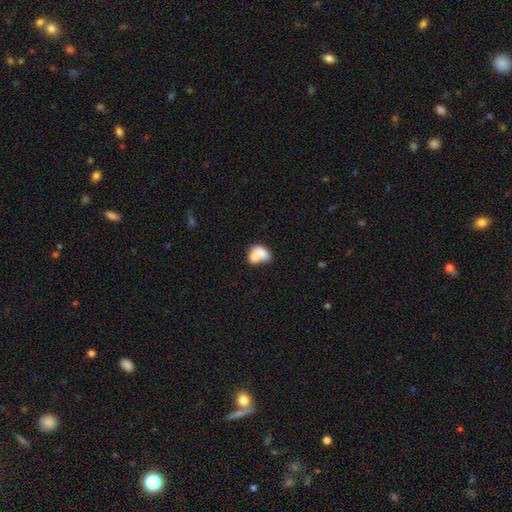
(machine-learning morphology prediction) Smooth or featured? Predicted: smooth (p=0.72). How rounded? Predicted: in between (p=0.71). Merging? Predicted: merger (p=0.55).